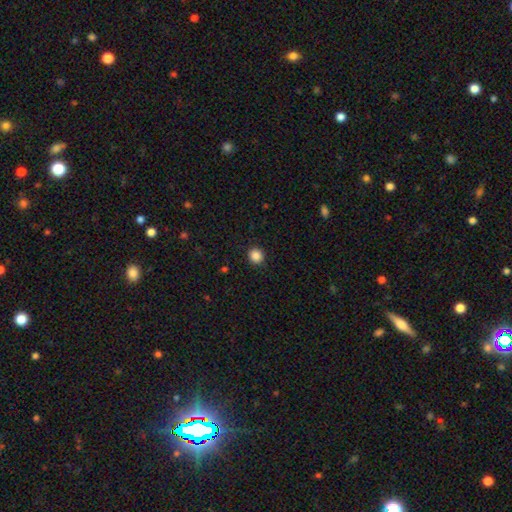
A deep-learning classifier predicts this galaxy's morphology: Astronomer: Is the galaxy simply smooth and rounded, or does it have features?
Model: smooth — 87%.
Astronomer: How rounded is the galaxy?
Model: round — 89%.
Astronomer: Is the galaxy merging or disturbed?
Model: none — 92%.